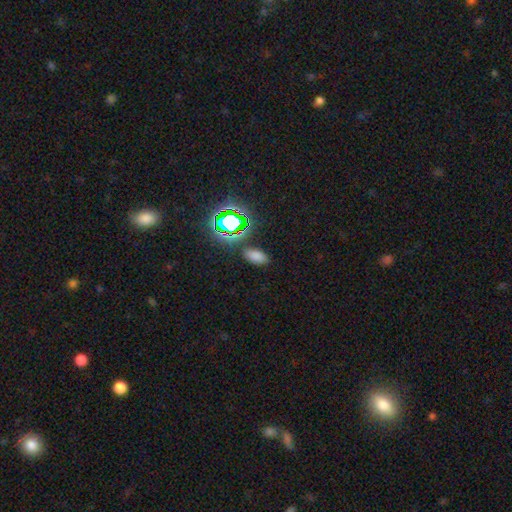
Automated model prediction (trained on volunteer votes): Smooth or featured? smooth (67%)
How rounded? in between (91%)
Merging? none (84%)